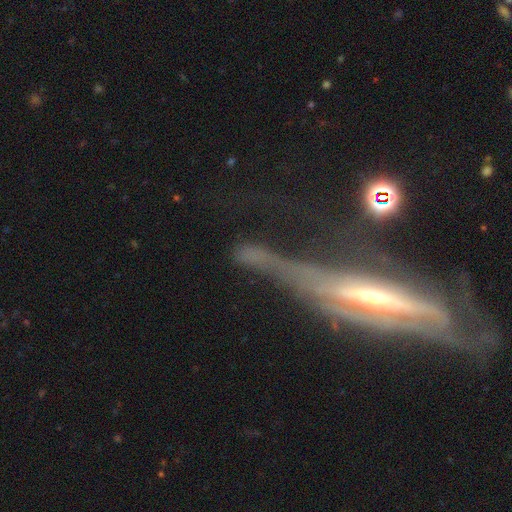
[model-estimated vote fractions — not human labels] smooth_or_featured: featured or disk (p=0.38) [alt: star or artifact p=0.31]
merging: none (p=0.45) [alt: major disturbance p=0.24]